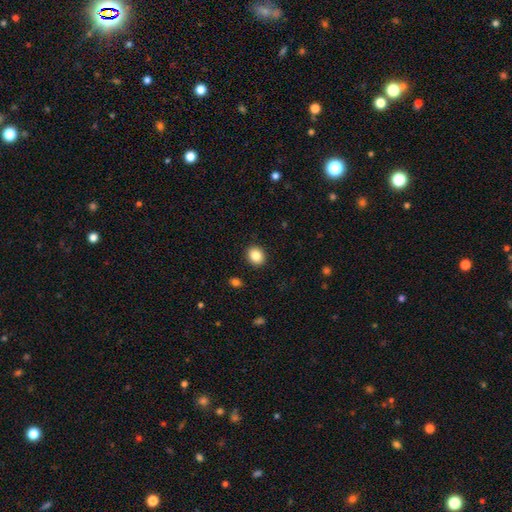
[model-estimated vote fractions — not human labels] Smooth or featured?
  - smooth: 86% *
  - star or artifact: 9%
  - featured or disk: 5%
How rounded?
  - round: 67% *
  - in between: 32%
  - cigar-shaped: 1%
Merging?
  - none: 91% *
  - minor disturbance: 6%
  - major disturbance: 2%
  - merger: 1%